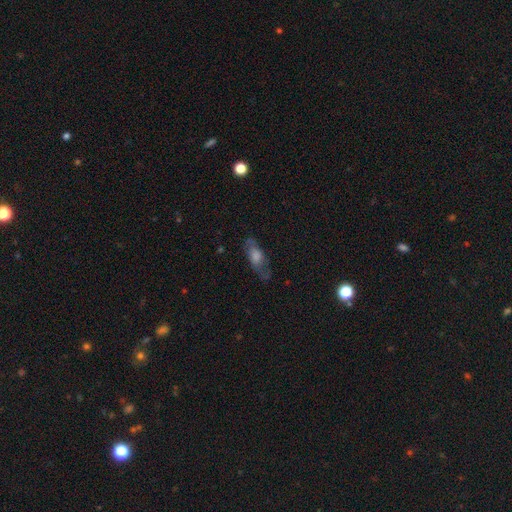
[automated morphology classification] Q: Smooth or featured?
A: featured or disk (49%); runner-up: smooth (40%)
Q: Merging?
A: none (71%); runner-up: minor disturbance (18%)